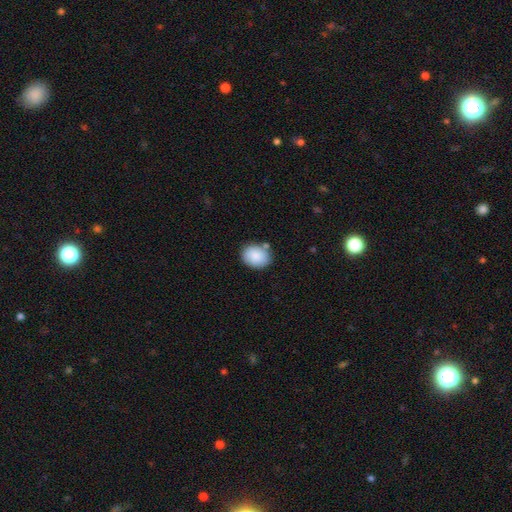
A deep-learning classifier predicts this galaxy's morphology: Smooth or featured? smooth (88%)
How rounded? in between (55%)
Merging? none (76%)